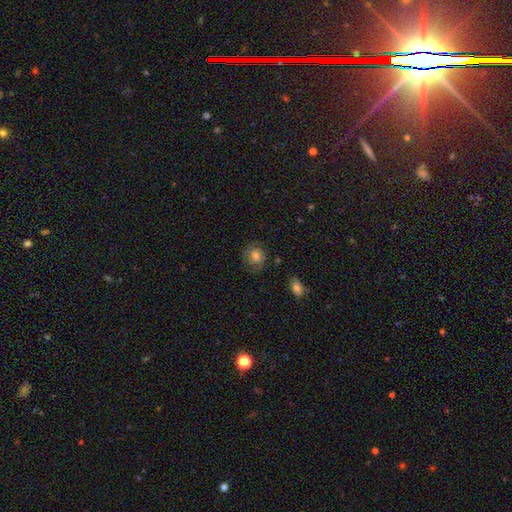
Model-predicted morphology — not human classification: Smooth or featured? Predicted: smooth (p=0.57). How rounded? Predicted: round (p=0.79). Merging? Predicted: none (p=0.74).